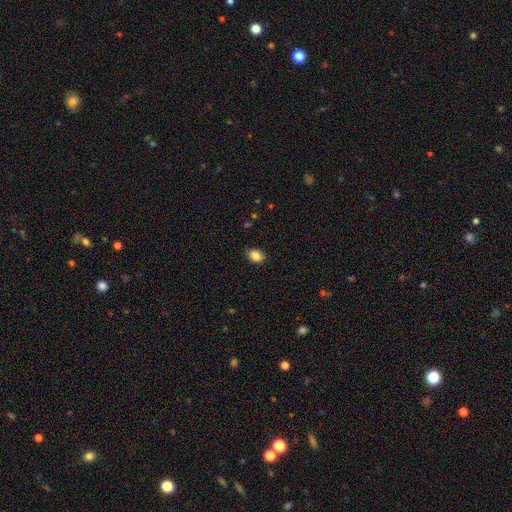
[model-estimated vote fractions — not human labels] Smooth or featured? smooth (87%)
How rounded? in between (77%)
Merging? none (86%)